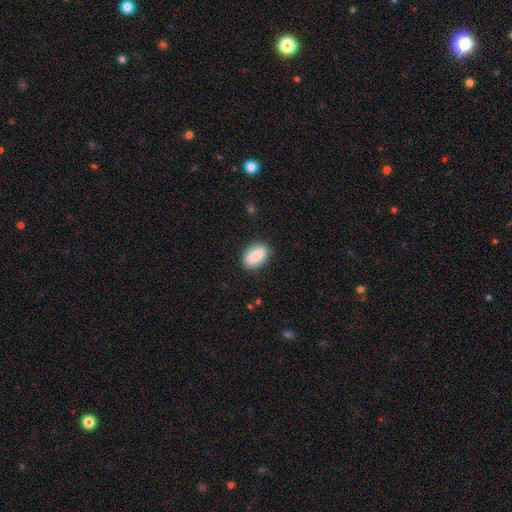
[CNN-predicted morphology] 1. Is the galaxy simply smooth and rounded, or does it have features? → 83% smooth, 10% featured or disk, 6% star or artifact.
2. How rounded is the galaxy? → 89% in between, 9% round, 2% cigar-shaped.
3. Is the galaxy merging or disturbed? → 83% none, 13% minor disturbance, 3% major disturbance, 1% merger.